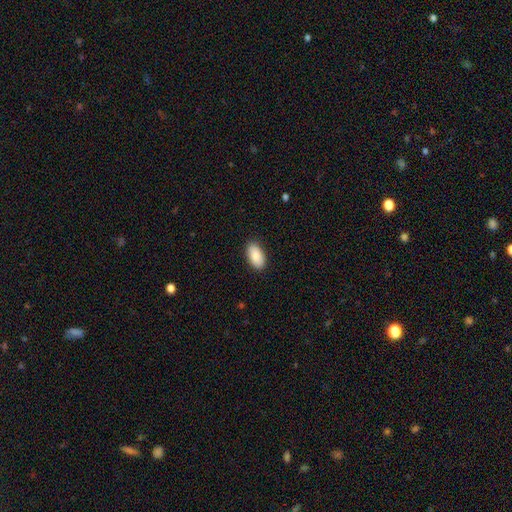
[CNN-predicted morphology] This appears to be a smooth galaxy with no disk features (86%) that is in between round and cigar-shaped (95%). Merging: none (88%).